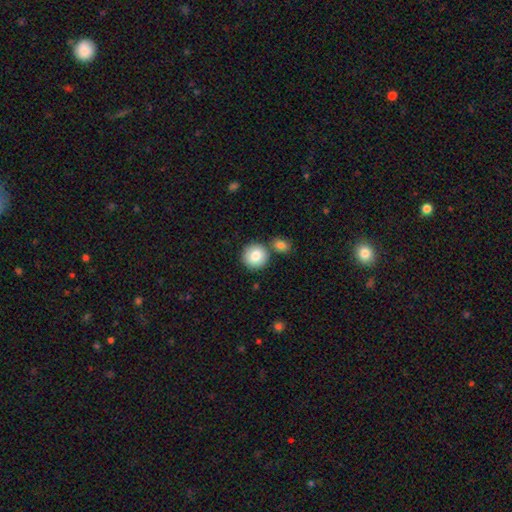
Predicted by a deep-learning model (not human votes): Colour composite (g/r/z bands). It shows a smooth galaxy with no disk features (84%) that is round (92%). Merging: none (71%).